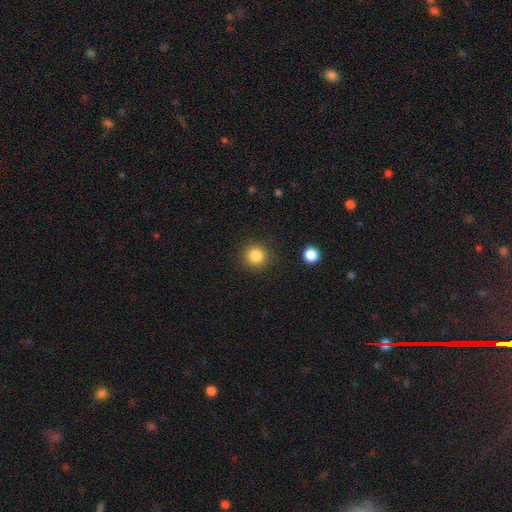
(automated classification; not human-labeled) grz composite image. It shows a smooth galaxy with no disk features (84%) that is round (93%). Merging: none (89%).